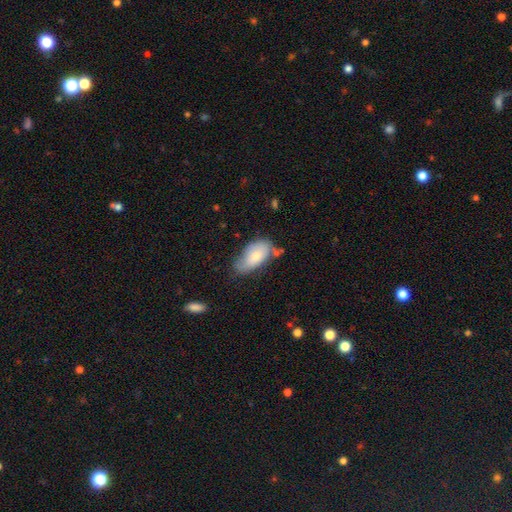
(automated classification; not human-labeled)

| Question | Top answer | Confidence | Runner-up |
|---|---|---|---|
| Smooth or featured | smooth | 73% | featured or disk (21%) |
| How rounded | in between | 93% | cigar-shaped (4%) |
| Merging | none | 49% | minor disturbance (35%) |